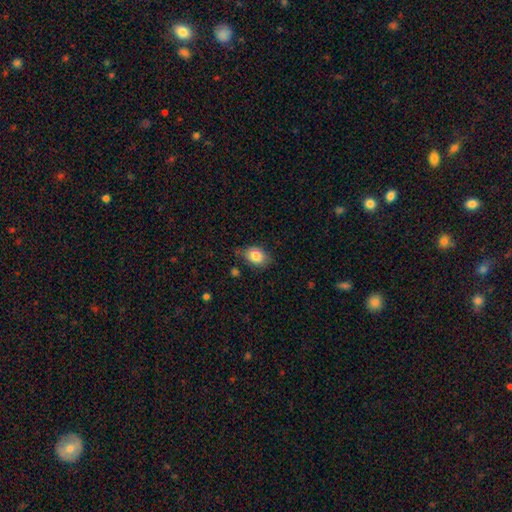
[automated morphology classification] smooth-or-featured: smooth: 84% | featured or disk: 8% | star or artifact: 8%
  how-rounded: in between: 76% | round: 23% | cigar-shaped: 1%
  merging: none: 73% | minor disturbance: 20% | major disturbance: 4% | merger: 2%